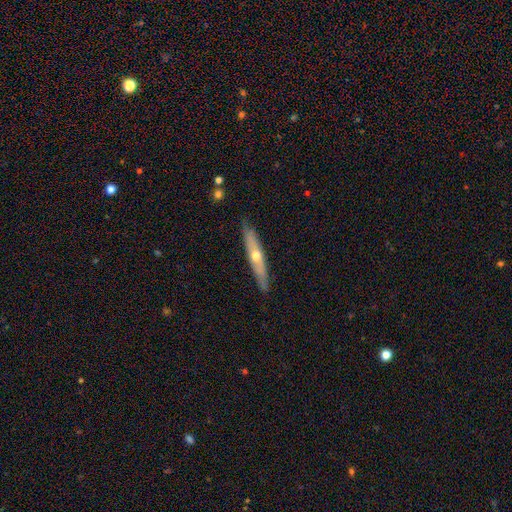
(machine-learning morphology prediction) Smooth or featured?
  - featured or disk: 60% *
  - smooth: 34%
  - star or artifact: 6%
Edge-on disk?
  - yes: 88% *
  - no: 12%
Edge-on bulge?
  - rounded: 84% *
  - none: 15%
  - boxy: 2%
Merging?
  - none: 88% *
  - minor disturbance: 9%
  - major disturbance: 2%
  - merger: 1%